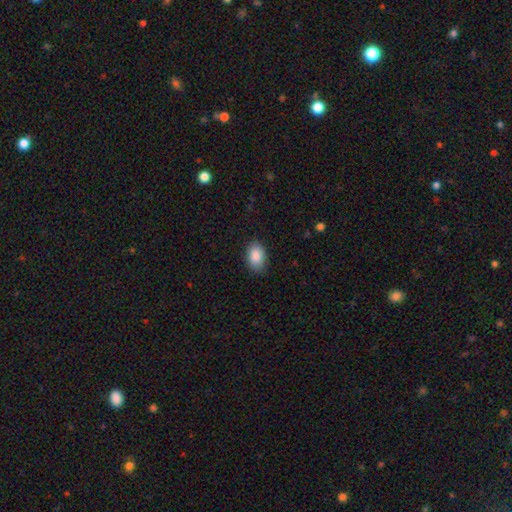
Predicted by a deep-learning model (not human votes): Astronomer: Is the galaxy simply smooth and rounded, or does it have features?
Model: smooth — 87%.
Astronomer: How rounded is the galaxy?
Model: in between — 86%.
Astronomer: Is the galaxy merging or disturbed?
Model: none — 86%.